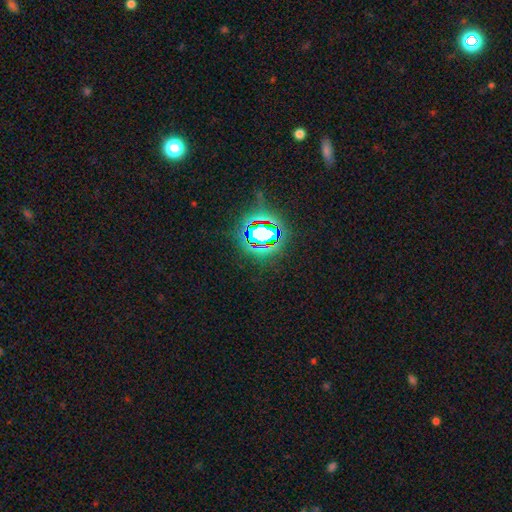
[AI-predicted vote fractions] Overall: star or artifact (80%).